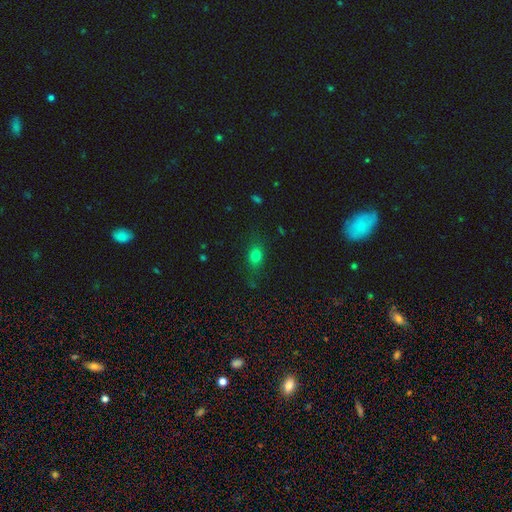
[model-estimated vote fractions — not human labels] Q: Smooth or featured?
A: smooth (75%); runner-up: star or artifact (15%)
Q: How rounded?
A: in between (64%); runner-up: round (31%)
Q: Merging?
A: none (76%); runner-up: minor disturbance (17%)